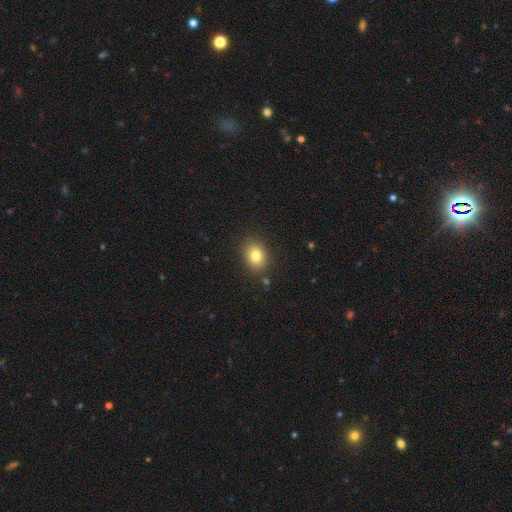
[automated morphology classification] smooth_or_featured: smooth (p=0.80) [alt: star or artifact p=0.11]
how_rounded: round (p=0.54) [alt: in between p=0.45]
merging: none (p=0.86) [alt: minor disturbance p=0.10]